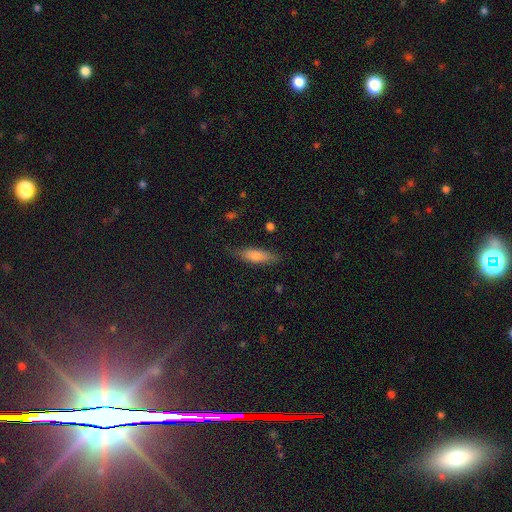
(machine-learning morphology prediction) Smooth or featured: smooth — 76% (featured or disk — 17%)
How rounded: cigar-shaped — 53% (in between — 45%)
Merging: none — 77% (minor disturbance — 17%)